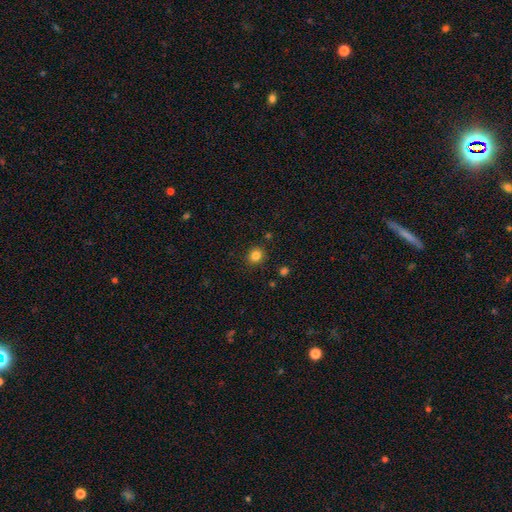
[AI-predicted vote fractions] The model was most divided on "how rounded": round: 84%, in between: 15%, cigar-shaped: 1%. More confident: merging — none (89%); smooth or featured — smooth (83%).